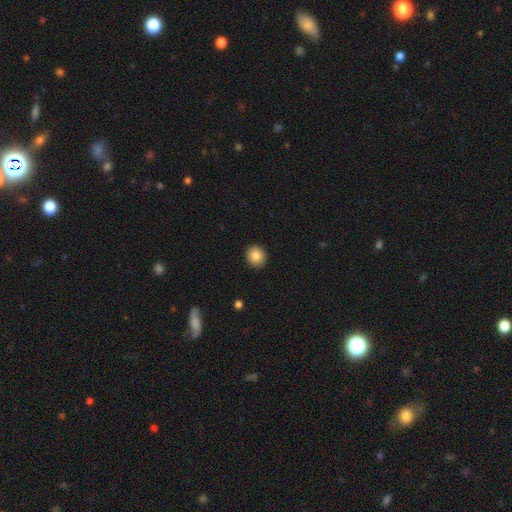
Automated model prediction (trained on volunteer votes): Morphology: type=smooth (86%); roundness=round (87%); merging=none (92%).